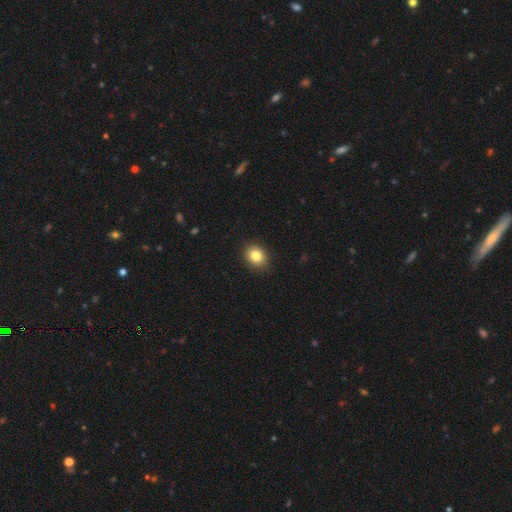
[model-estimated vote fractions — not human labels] smooth-or-featured: smooth: 83% | star or artifact: 10% | featured or disk: 7%
  how-rounded: in between: 52% | round: 47% | cigar-shaped: 1%
  merging: none: 88% | minor disturbance: 9% | major disturbance: 2% | merger: 1%